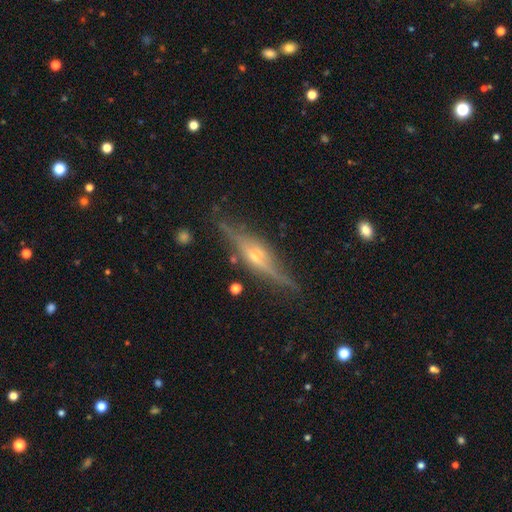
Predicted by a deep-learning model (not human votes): A featured or disk galaxy (83%) viewed edge-on (96%) with a rounded central bulge (86%).

Vote fractions:
- Smooth or featured? featured or disk: 83% / smooth: 10% / star or artifact: 7%
- Edge-on disk? yes: 96% / no: 4%
- Edge-on bulge? rounded: 86% / boxy: 8% / none: 5%
- Merging? none: 83% / minor disturbance: 12% / major disturbance: 3% / merger: 2%